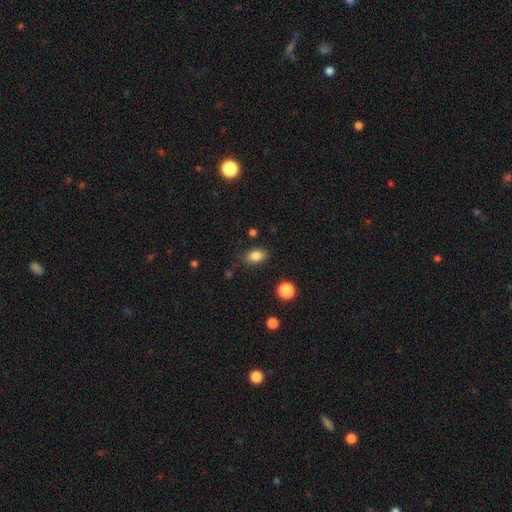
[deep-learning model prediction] Overall: smooth (83%). How rounded: in between (84%). Merging: none (82%).